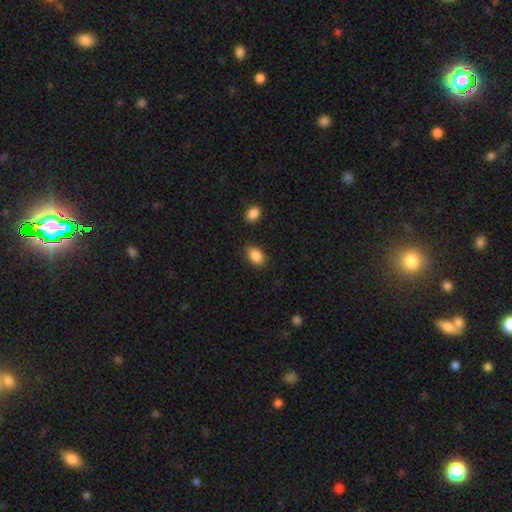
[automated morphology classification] smooth 88%, star or artifact 8%, featured or disk 4%. Down the decision tree: how rounded — in between (87%); merging — none (85%).